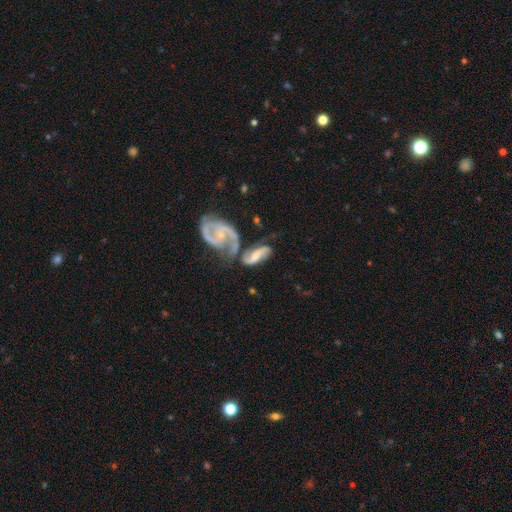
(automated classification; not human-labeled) Smooth or featured: featured or disk — 75% (smooth — 19%)
Edge-on disk: no — 94% (yes — 6%)
Bar: weak — 42% (no — 37%)
Spiral arms: yes — 92% (no — 8%)
Spiral winding: loose — 46% (medium — 40%)
Spiral arm count: 2 — 85% (1 — 6%)
Bulge size: small — 54% (moderate — 30%)
Merging: merger — 43% (none — 28%)